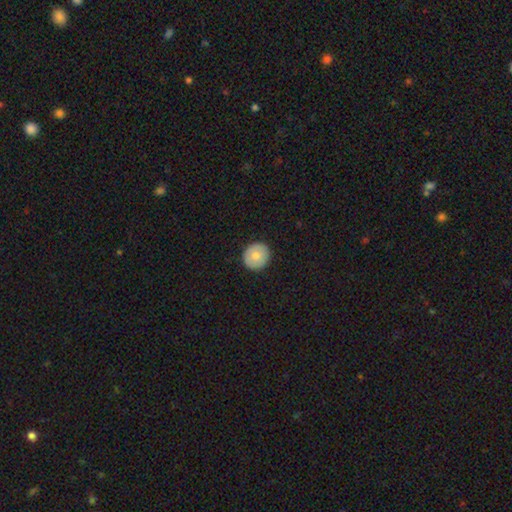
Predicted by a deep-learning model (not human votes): Smooth or featured? smooth (75%)
How rounded? round (90%)
Merging? none (92%)